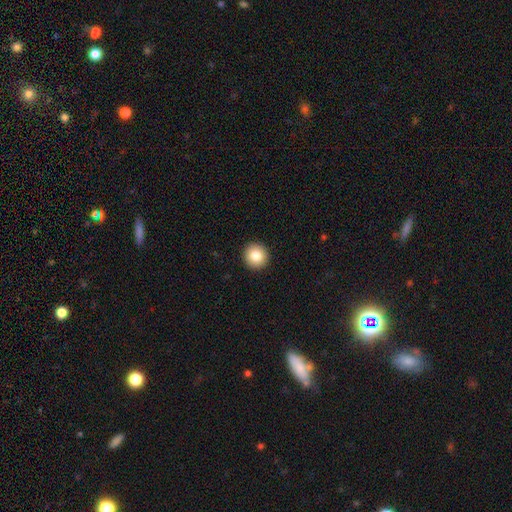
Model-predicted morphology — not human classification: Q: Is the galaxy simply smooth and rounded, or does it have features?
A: smooth — 85%.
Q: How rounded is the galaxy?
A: round — 94%.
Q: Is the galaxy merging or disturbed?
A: none — 94%.